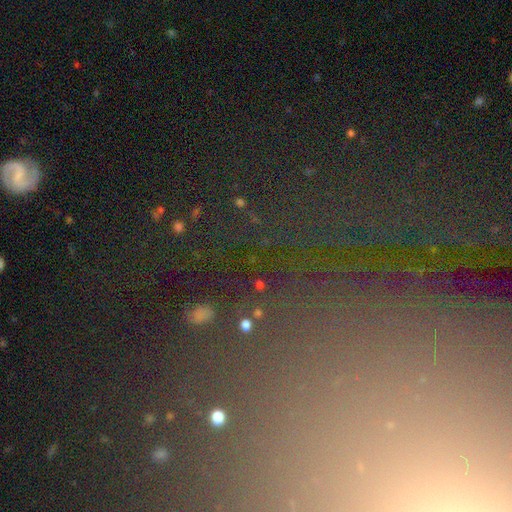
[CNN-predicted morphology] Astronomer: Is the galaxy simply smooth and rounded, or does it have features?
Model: star or artifact — 66%.